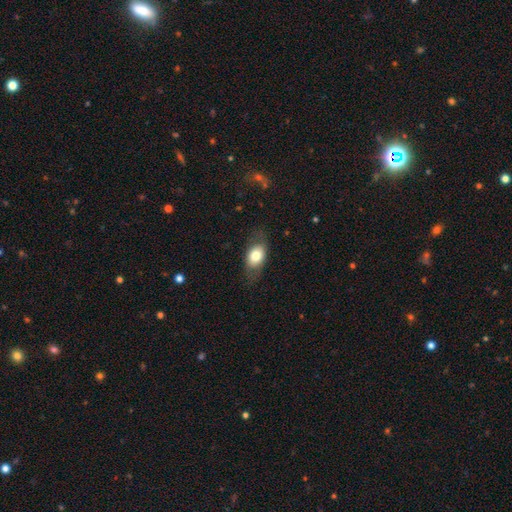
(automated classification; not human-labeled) smooth 72%, featured or disk 20%, star or artifact 7%. Down the decision tree: how rounded — in between (82%); merging — none (75%).